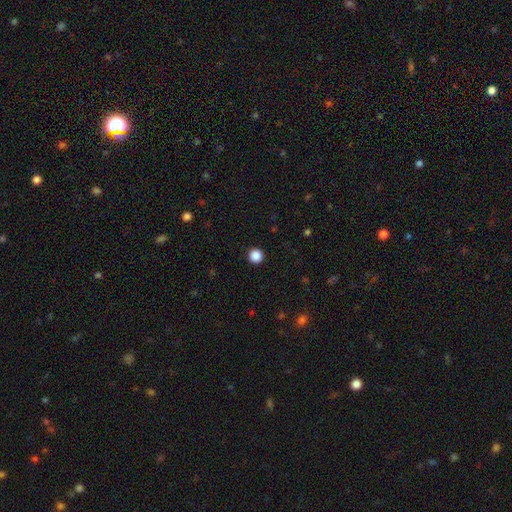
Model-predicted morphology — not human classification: This appears to be a smooth galaxy with no disk features (88%) that is round (96%). Merging: none (93%).